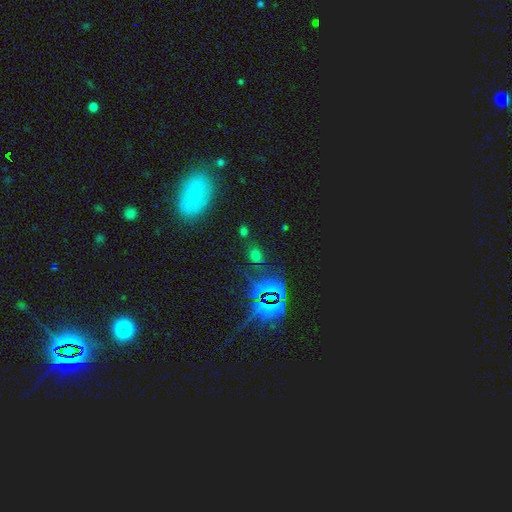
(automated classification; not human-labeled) Smooth or featured: star or artifact — 47% (smooth — 45%)